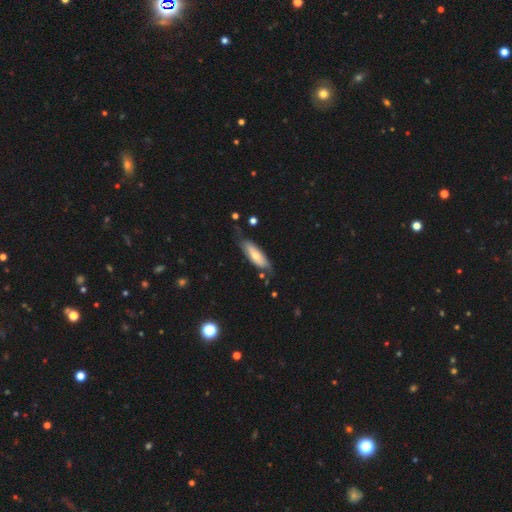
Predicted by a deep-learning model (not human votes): Smooth or featured?
  - smooth: 56% *
  - featured or disk: 38%
  - star or artifact: 6%
How rounded?
  - in between: 59% *
  - cigar-shaped: 39%
  - round: 2%
Merging?
  - none: 65% *
  - minor disturbance: 25%
  - major disturbance: 7%
  - merger: 3%